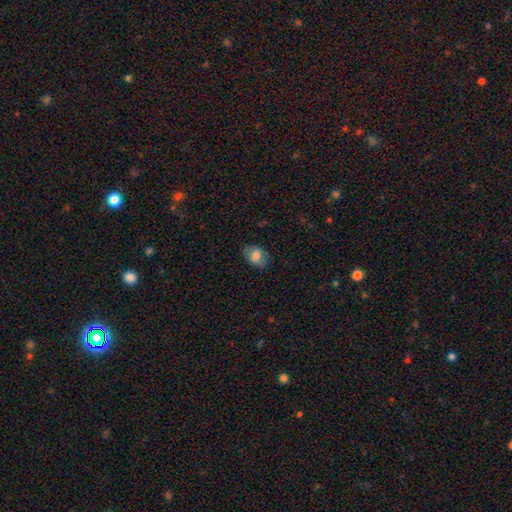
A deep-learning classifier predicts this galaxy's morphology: Smooth or featured: smooth — 77% (featured or disk — 15%)
How rounded: in between — 78% (round — 21%)
Merging: none — 78% (minor disturbance — 17%)